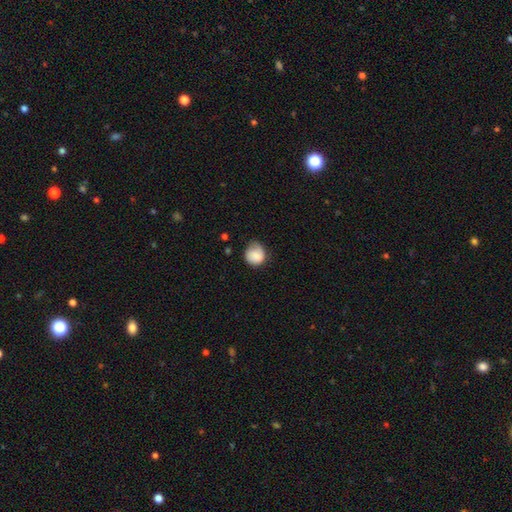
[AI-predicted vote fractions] This appears to be a smooth galaxy with no disk features (81%) that is round (79%). Merging: none (53%).